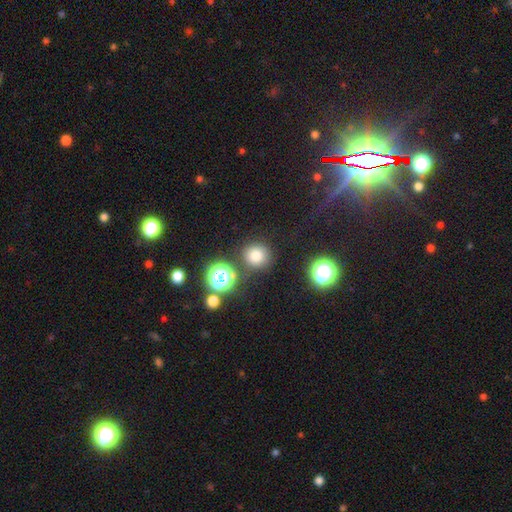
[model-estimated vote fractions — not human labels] Smooth or featured: smooth — 74% (star or artifact — 19%)
How rounded: round — 92% (in between — 7%)
Merging: none — 82% (minor disturbance — 8%)